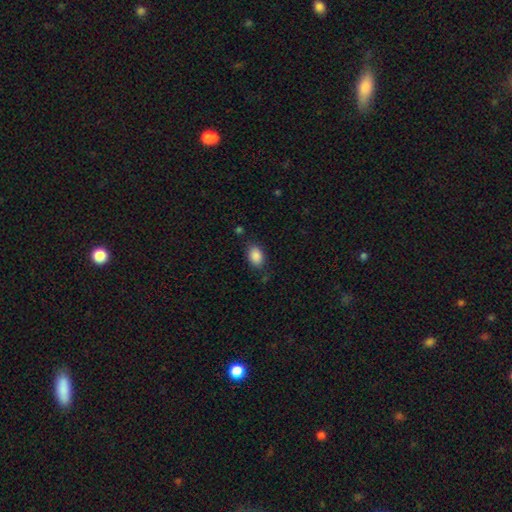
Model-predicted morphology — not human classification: type=smooth (88%); roundness=in between (84%); merging=none (77%).